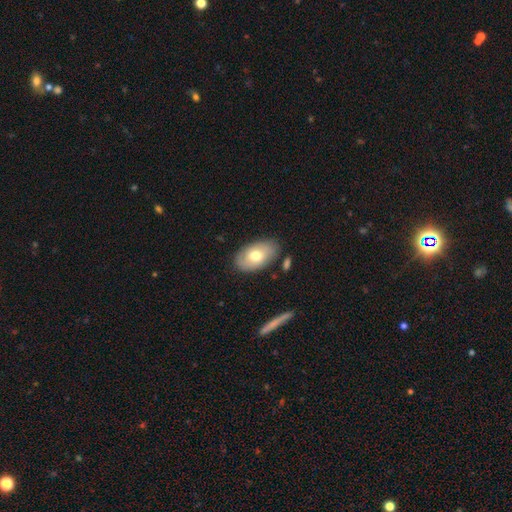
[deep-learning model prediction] Smooth or featured?
  - smooth: 66% *
  - featured or disk: 28%
  - star or artifact: 7%
How rounded?
  - in between: 92% *
  - round: 7%
  - cigar-shaped: 1%
Merging?
  - none: 80% *
  - minor disturbance: 13%
  - major disturbance: 3%
  - merger: 3%